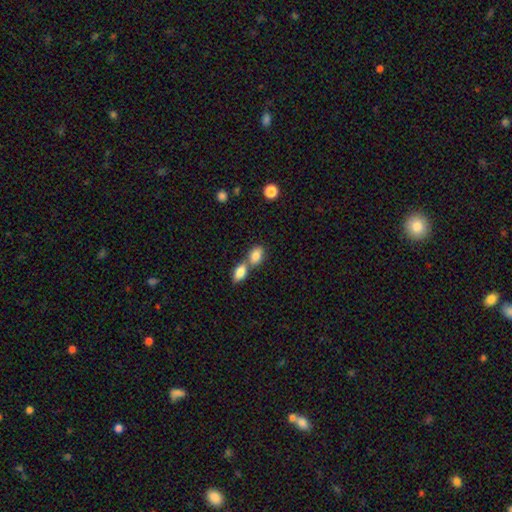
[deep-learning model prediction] This appears to be a smooth galaxy with no disk features (85%) that is in between round and cigar-shaped (83%). Merging: merger (57%).